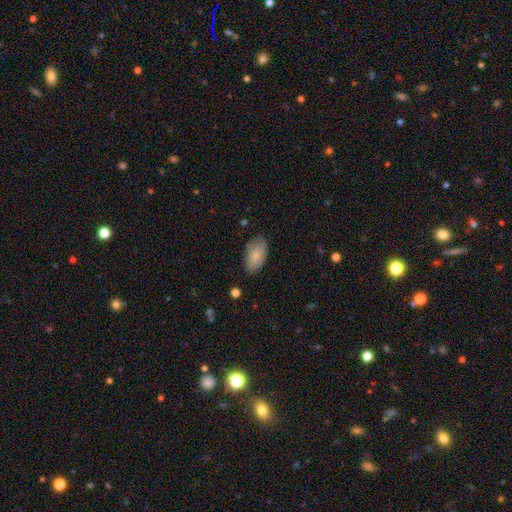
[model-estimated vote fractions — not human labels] Smooth or featured? smooth (80%)
How rounded? in between (94%)
Merging? none (77%)